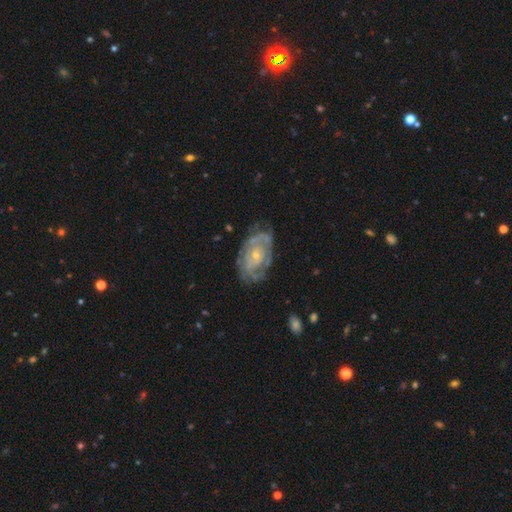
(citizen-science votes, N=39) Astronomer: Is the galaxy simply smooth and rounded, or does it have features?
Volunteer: featured or disk — 92%.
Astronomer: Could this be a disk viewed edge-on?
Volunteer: no — 94%.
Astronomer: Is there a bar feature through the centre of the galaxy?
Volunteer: no — 79%.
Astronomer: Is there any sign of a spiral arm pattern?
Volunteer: yes — 79%.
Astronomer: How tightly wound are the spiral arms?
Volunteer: tight — 78%.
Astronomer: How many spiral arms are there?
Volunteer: can't tell — 74%.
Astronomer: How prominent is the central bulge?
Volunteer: small — 68%.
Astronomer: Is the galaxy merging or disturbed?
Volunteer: none — 67%.